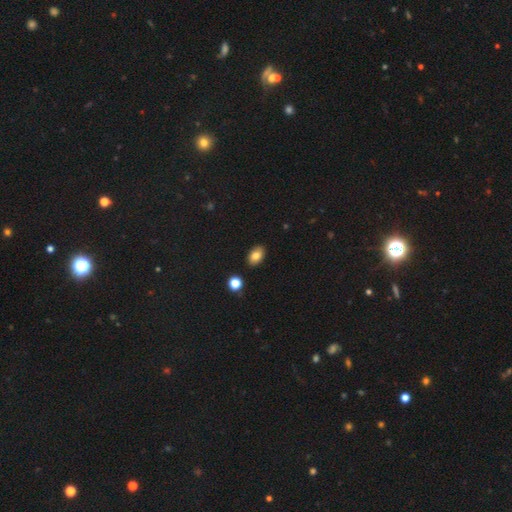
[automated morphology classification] type=smooth (81%); roundness=in between (89%); merging=none (88%).